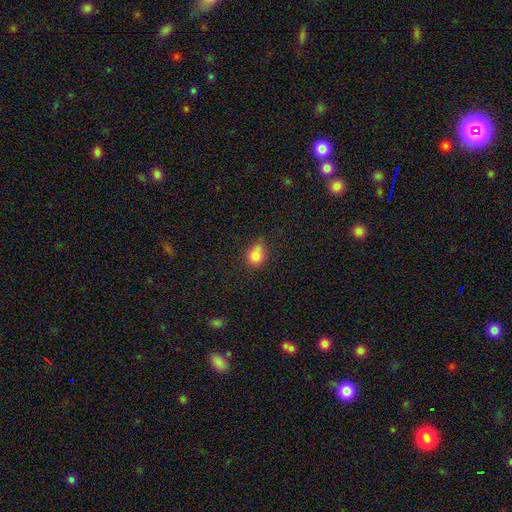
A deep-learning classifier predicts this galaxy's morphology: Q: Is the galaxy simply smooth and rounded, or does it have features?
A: smooth — 80%.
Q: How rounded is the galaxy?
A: round — 65%.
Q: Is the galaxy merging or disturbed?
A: none — 55%.